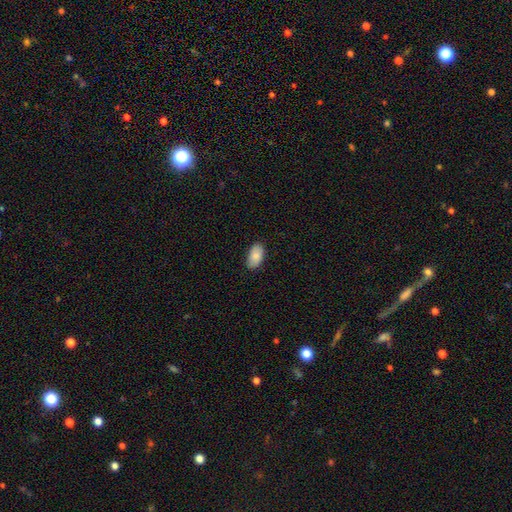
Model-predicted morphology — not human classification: The model was most divided on "merging": none: 83%, minor disturbance: 14%, major disturbance: 2%, merger: 1%. More confident: how rounded — in between (95%); smooth or featured — smooth (85%).